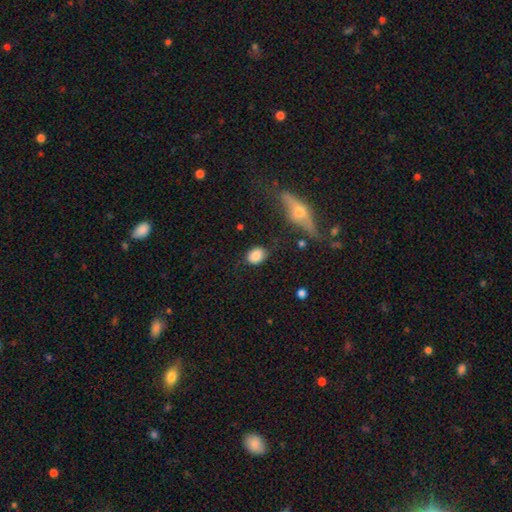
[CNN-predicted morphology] Q: Smooth or featured?
A: smooth (83%); runner-up: featured or disk (10%)
Q: How rounded?
A: in between (64%); runner-up: round (34%)
Q: Merging?
A: none (73%); runner-up: minor disturbance (18%)